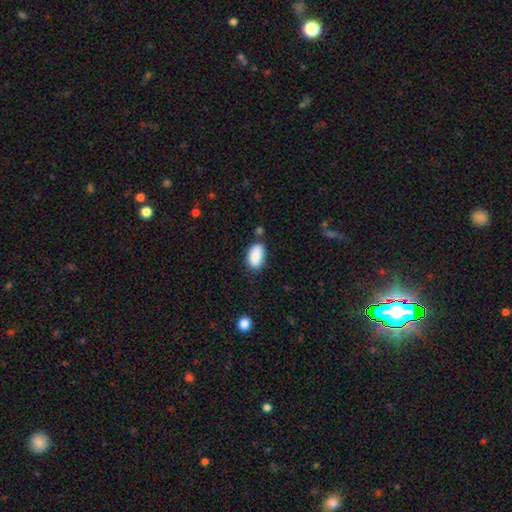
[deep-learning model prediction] Smooth or featured?
  - smooth: 89% *
  - star or artifact: 7%
  - featured or disk: 4%
How rounded?
  - in between: 93% *
  - round: 5%
  - cigar-shaped: 2%
Merging?
  - none: 70% *
  - minor disturbance: 19%
  - merger: 6%
  - major disturbance: 4%